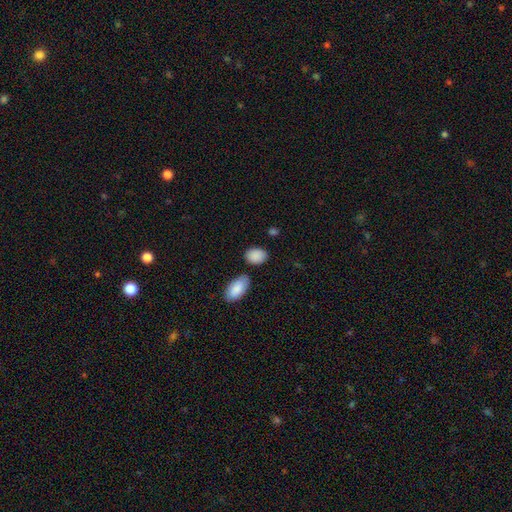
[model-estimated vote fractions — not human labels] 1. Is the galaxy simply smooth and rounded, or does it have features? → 90% smooth, 6% star or artifact, 4% featured or disk.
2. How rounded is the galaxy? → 84% in between, 15% round, 2% cigar-shaped.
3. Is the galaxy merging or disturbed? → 76% none, 14% minor disturbance, 7% merger, 3% major disturbance.